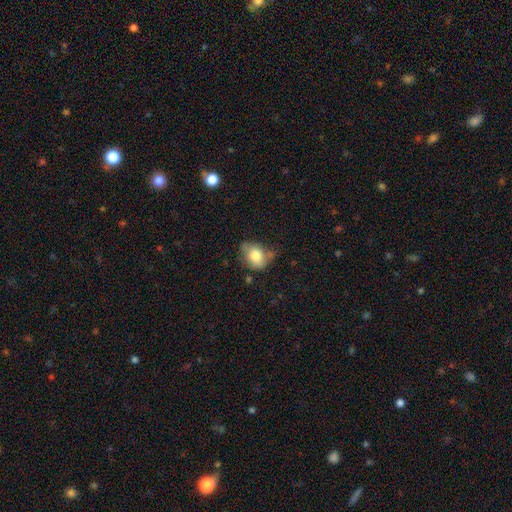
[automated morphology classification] A smooth galaxy with no disk features (76%) that is in between round and cigar-shaped (62%). Merging: none (50%).